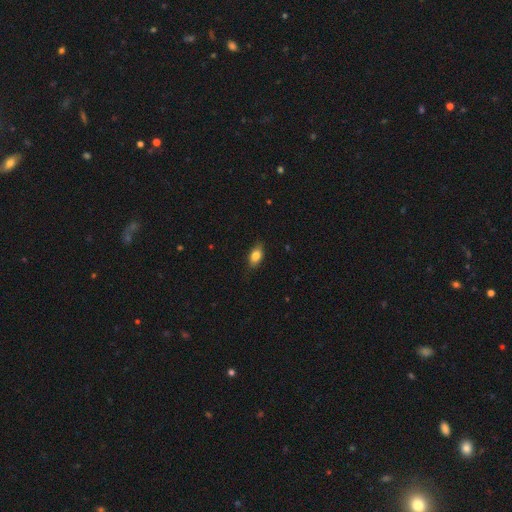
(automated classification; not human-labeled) Morphology: type=smooth (81%); roundness=in between (87%); merging=none (81%).